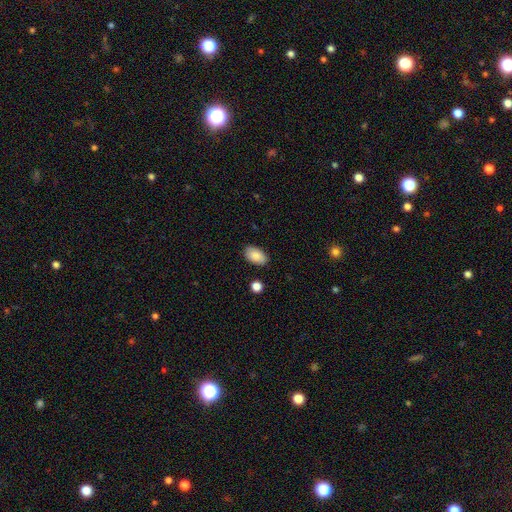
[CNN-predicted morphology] type=smooth (88%); roundness=in between (93%); merging=none (86%).